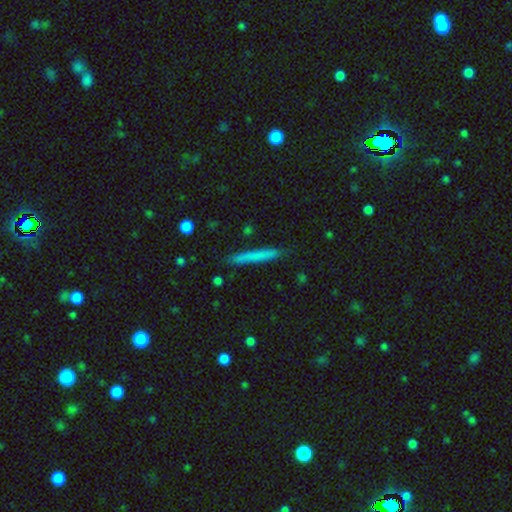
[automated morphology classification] Smooth or featured?
  - smooth: 72% *
  - featured or disk: 21%
  - star or artifact: 7%
How rounded?
  - cigar-shaped: 96% *
  - in between: 3%
  - round: 1%
Merging?
  - none: 87% *
  - minor disturbance: 10%
  - major disturbance: 2%
  - merger: 2%